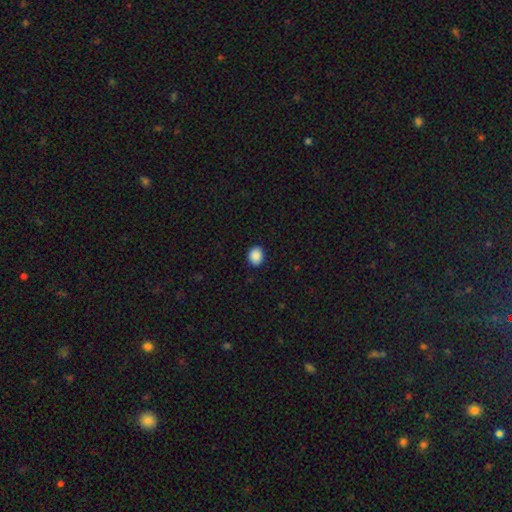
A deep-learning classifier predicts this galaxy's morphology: Smooth or featured? smooth (89%)
How rounded? round (55%)
Merging? none (91%)